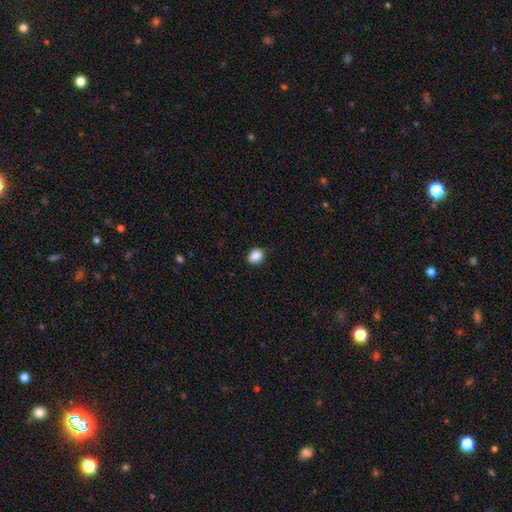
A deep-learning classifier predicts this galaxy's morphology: This is clearly a smooth galaxy (87%). How rounded: possibly in between (51%). Merging: clearly none (82%).